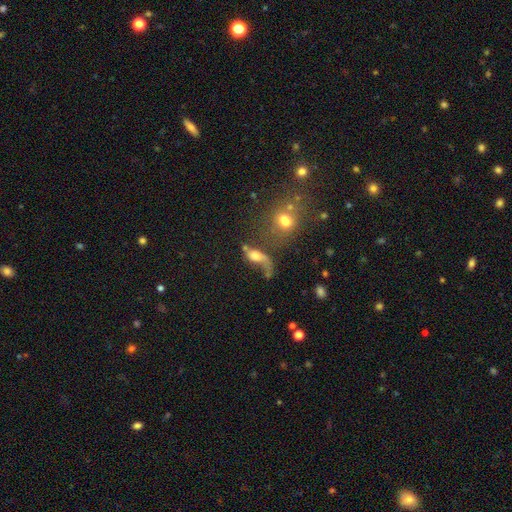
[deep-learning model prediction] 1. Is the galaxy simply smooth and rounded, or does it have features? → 47% smooth, 40% featured or disk, 13% star or artifact.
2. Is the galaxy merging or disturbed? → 38% major disturbance, 28% merger, 21% none, 13% minor disturbance.